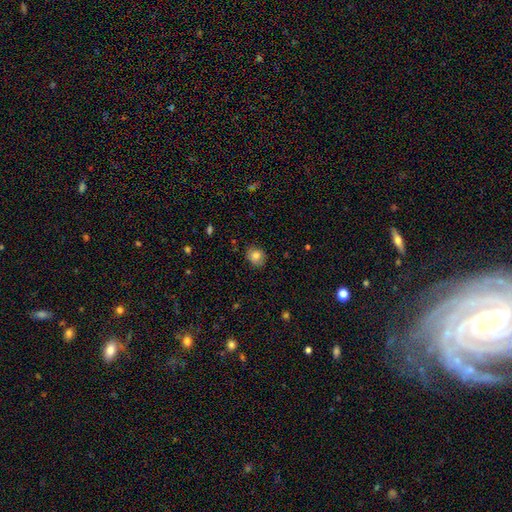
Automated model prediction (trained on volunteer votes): smooth-or-featured: smooth: 82% | star or artifact: 10% | featured or disk: 8%
  how-rounded: round: 74% | in between: 25% | cigar-shaped: 1%
  merging: none: 83% | minor disturbance: 13% | major disturbance: 2% | merger: 1%